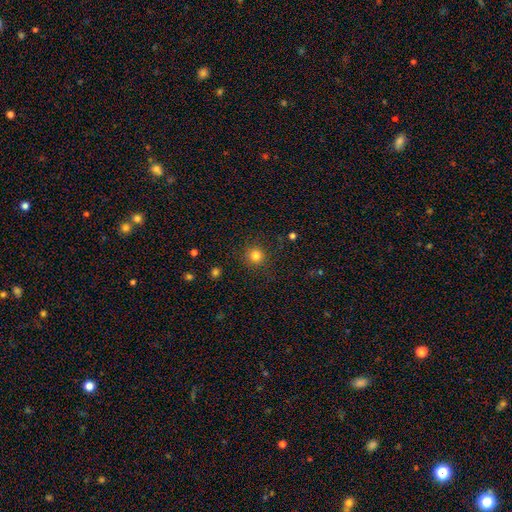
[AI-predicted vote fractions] Overall: smooth (82%). How rounded: round (94%). Merging: none (88%).